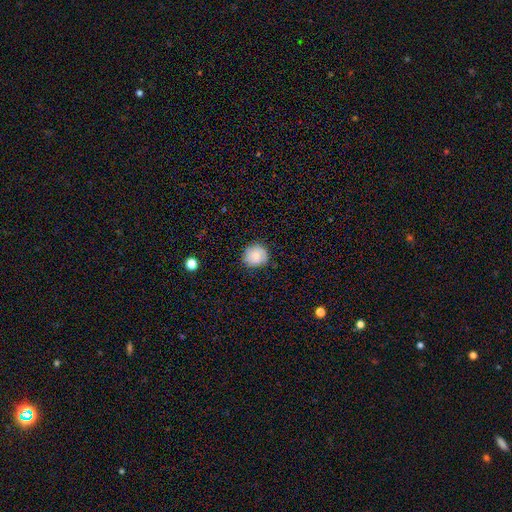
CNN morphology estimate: Smooth or featured: smooth — 77% (featured or disk — 15%)
How rounded: round — 88% (in between — 11%)
Merging: none — 80% (minor disturbance — 15%)